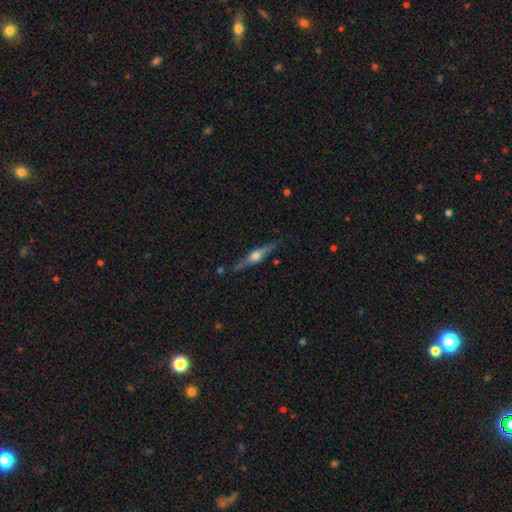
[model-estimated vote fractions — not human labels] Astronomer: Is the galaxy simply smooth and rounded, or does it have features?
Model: featured or disk — 74%.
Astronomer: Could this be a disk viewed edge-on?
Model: yes — 97%.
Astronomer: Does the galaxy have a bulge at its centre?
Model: rounded — 93%.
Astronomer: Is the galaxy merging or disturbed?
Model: none — 84%.